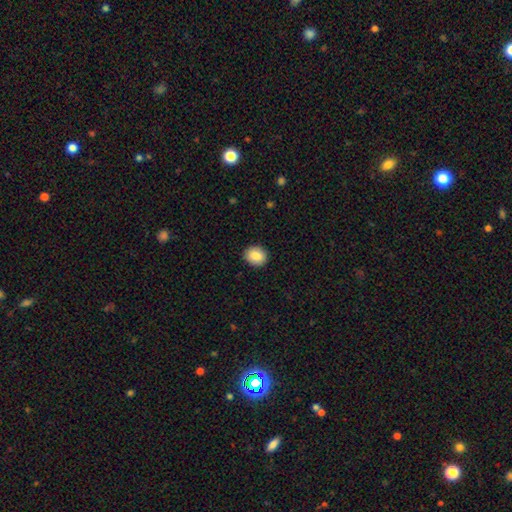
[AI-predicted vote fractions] Morphology: type=smooth (85%); roundness=round (66%); merging=none (91%).